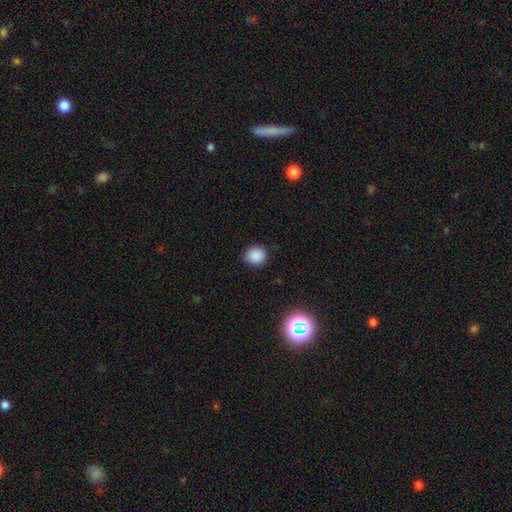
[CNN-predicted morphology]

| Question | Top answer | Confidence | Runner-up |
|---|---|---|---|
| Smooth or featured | smooth | 86% | star or artifact (11%) |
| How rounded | round | 85% | in between (14%) |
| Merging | none | 89% | minor disturbance (8%) |